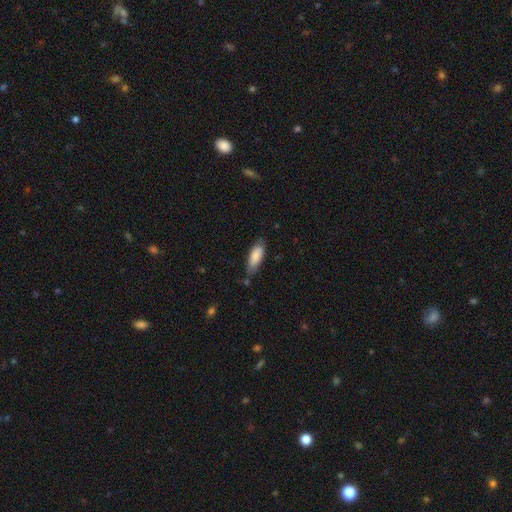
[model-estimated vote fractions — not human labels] Q: Smooth or featured?
A: smooth (82%); runner-up: featured or disk (12%)
Q: How rounded?
A: in between (72%); runner-up: cigar-shaped (26%)
Q: Merging?
A: none (68%); runner-up: minor disturbance (24%)